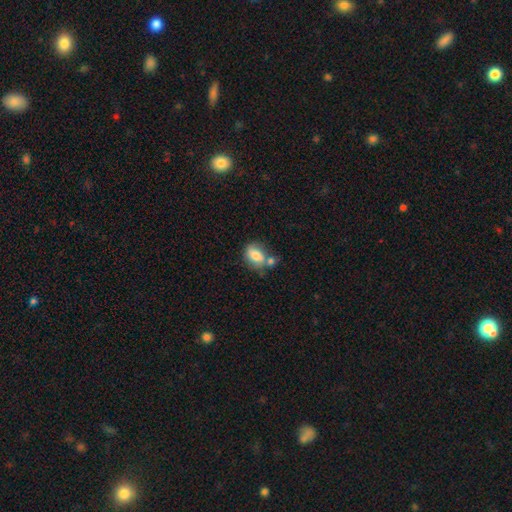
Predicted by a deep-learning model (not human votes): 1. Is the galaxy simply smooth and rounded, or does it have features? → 77% smooth, 15% featured or disk, 8% star or artifact.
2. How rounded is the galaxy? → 69% in between, 29% round, 2% cigar-shaped.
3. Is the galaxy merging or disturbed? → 44% none, 32% merger, 18% minor disturbance, 6% major disturbance.